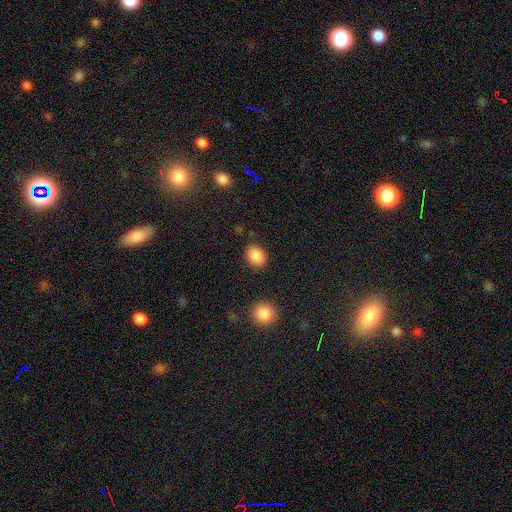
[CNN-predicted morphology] Smooth or featured? smooth (87%)
How rounded? in between (61%)
Merging? none (84%)